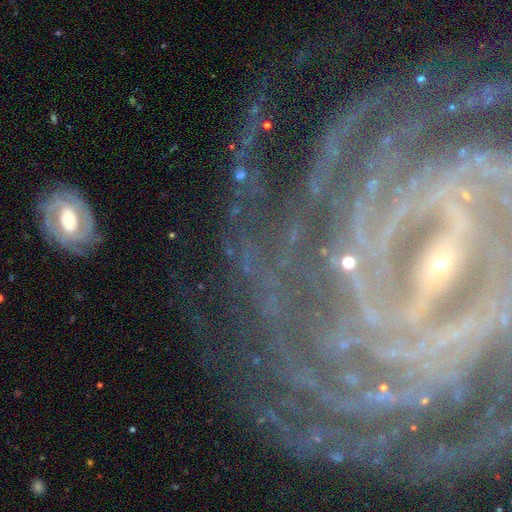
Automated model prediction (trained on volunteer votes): Smooth or featured: featured or disk — 63% (star or artifact — 26%)
Edge-on disk: no — 93% (yes — 7%)
Bar: strong — 41% (no — 31%)
Spiral arms: yes — 94% (no — 6%)
Spiral winding: tight — 70% (medium — 23%)
Spiral arm count: can't tell — 25% (2 — 18%)
Bulge size: small — 67% (moderate — 21%)
Merging: none — 71% (minor disturbance — 15%)